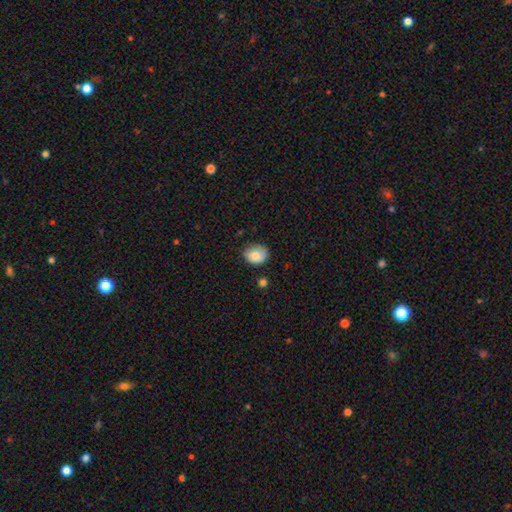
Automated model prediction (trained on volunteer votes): Morphology: type=smooth (82%); roundness=round (52%); merging=none (62%).